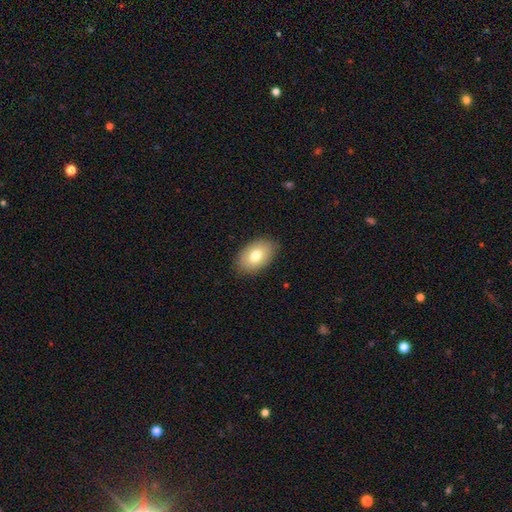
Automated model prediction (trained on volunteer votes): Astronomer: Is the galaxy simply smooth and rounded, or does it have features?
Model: smooth — 76%.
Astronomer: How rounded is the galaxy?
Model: in between — 89%.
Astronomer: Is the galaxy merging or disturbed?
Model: none — 85%.